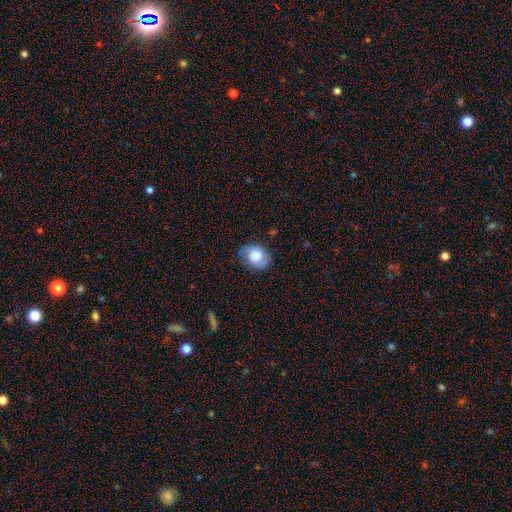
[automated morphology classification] Smooth or featured?
  - smooth: 56% *
  - featured or disk: 35%
  - star or artifact: 9%
How rounded?
  - in between: 56% *
  - round: 43%
  - cigar-shaped: 1%
Merging?
  - none: 76% *
  - minor disturbance: 18%
  - major disturbance: 5%
  - merger: 1%